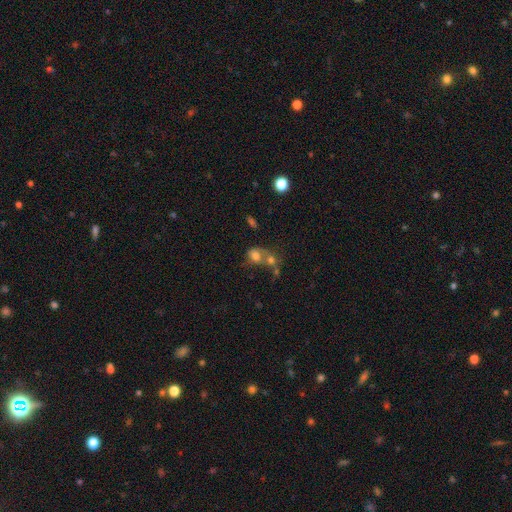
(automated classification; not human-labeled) Smooth or featured: smooth — 69% (featured or disk — 19%)
How rounded: in between — 52% (round — 46%)
Merging: merger — 62% (none — 20%)